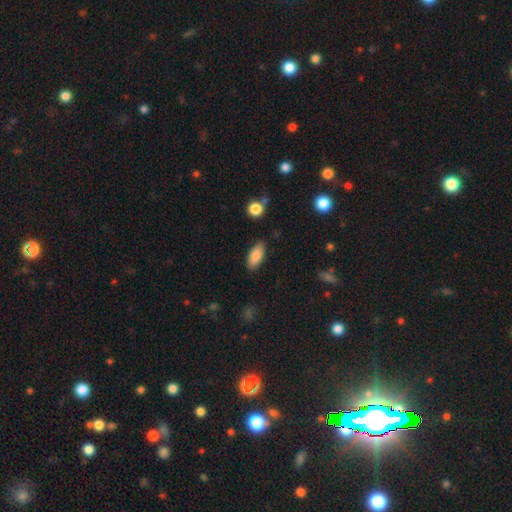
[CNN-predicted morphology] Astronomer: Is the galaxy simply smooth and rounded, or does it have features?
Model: smooth — 85%.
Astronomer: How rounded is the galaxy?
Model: in between — 87%.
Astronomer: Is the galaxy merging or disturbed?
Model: none — 86%.